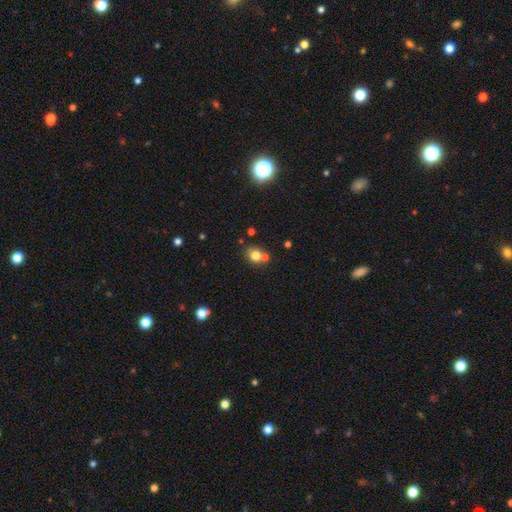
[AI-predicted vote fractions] smooth 77%, star or artifact 13%, featured or disk 10%. Down the decision tree: how rounded — round (74%); merging — none (60%).